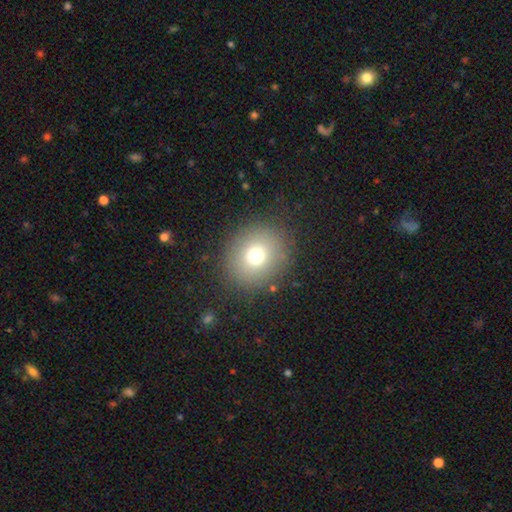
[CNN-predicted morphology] smooth_or_featured: smooth (p=0.73) [alt: star or artifact p=0.16]
how_rounded: round (p=0.86) [alt: in between p=0.13]
merging: none (p=0.87) [alt: minor disturbance p=0.08]